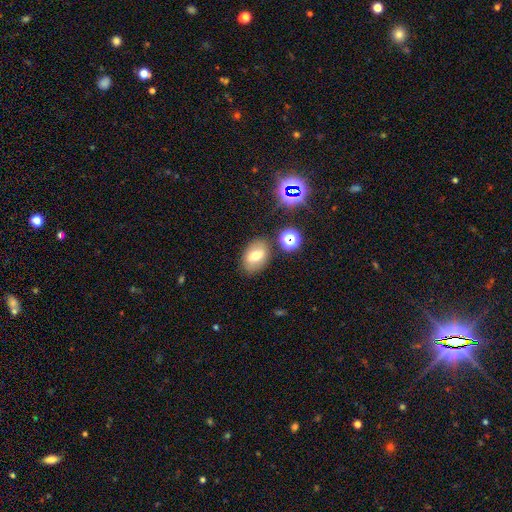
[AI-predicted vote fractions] smooth-or-featured: smooth: 63% | featured or disk: 23% | star or artifact: 14%
  how-rounded: in between: 78% | round: 21% | cigar-shaped: 1%
  merging: none: 81% | minor disturbance: 11% | merger: 4% | major disturbance: 3%